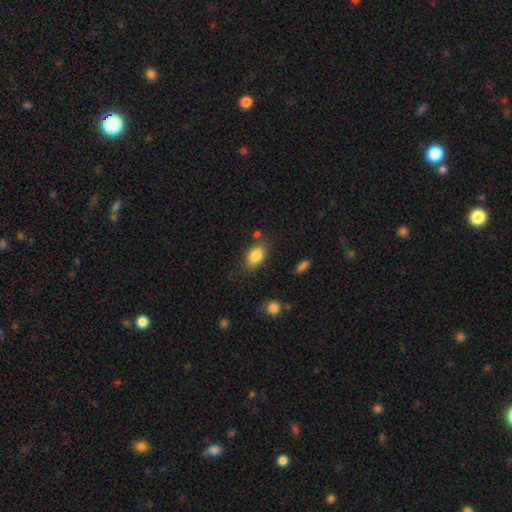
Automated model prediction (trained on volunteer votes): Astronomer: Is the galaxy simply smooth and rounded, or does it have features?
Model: smooth — 85%.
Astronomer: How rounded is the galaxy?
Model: in between — 84%.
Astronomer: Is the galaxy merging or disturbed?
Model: none — 75%.